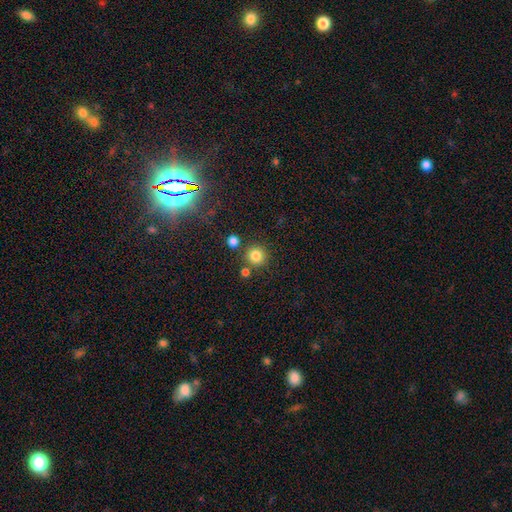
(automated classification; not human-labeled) Overall: smooth (82%). How rounded: round (94%). Merging: none (81%).